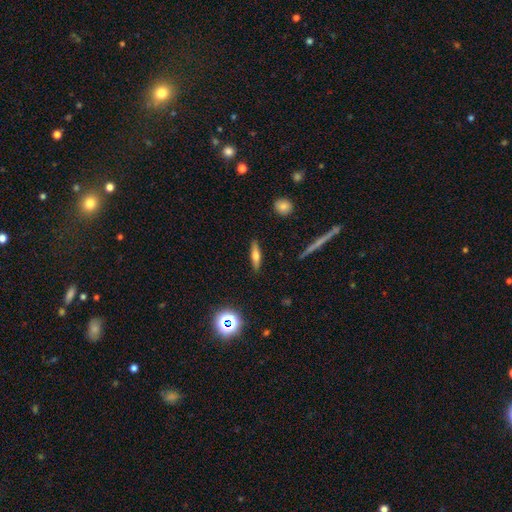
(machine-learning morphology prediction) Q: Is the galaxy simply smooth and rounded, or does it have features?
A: smooth — 51%.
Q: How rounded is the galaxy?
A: cigar-shaped — 69%.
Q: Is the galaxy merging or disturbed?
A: none — 87%.